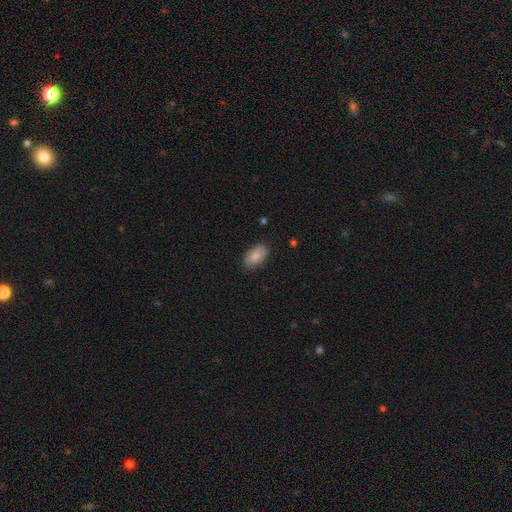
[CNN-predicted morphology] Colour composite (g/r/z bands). It shows a smooth galaxy with no disk features (81%) that is in between round and cigar-shaped (94%). Merging: none (85%).